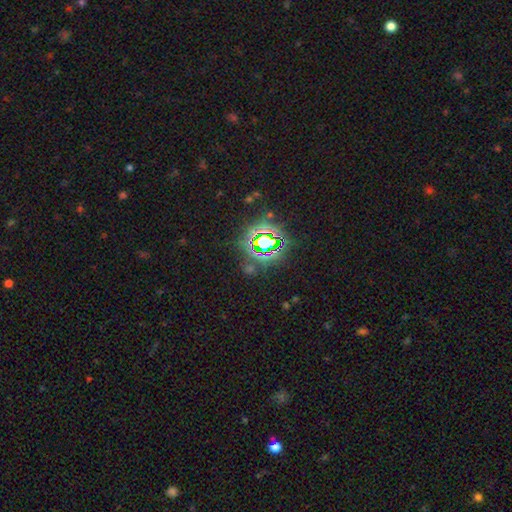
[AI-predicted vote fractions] star or artifact 80%, smooth 13%, featured or disk 7%.